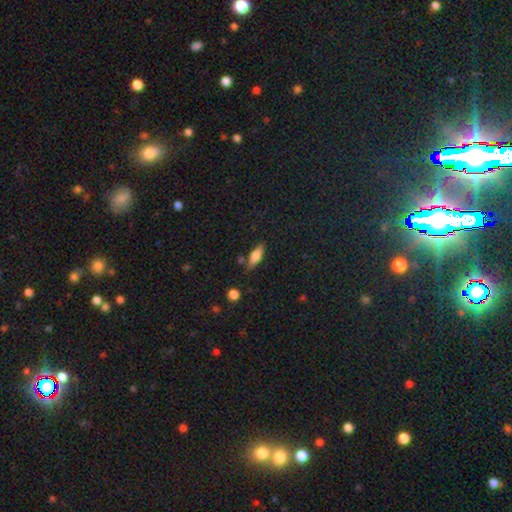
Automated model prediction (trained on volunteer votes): The model was most divided on "how rounded": in between: 60%, cigar-shaped: 37%, round: 3%. More confident: merging — none (75%); smooth or featured — smooth (66%).